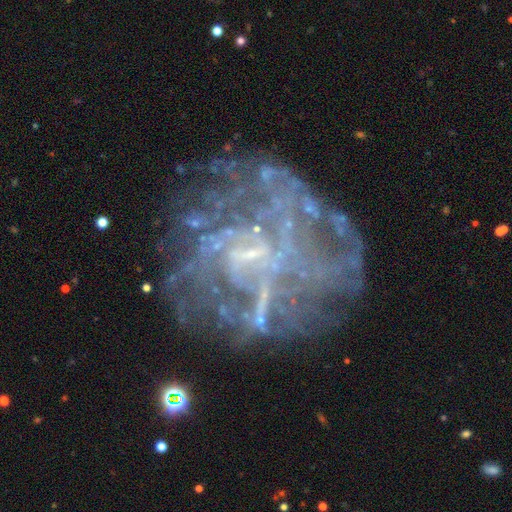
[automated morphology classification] The model was most divided on "spiral arms": no: 51%, yes: 49%. Remaining: edge-on disk — no (98%); smooth or featured — featured or disk (75%); merging — none (56%); bar — no (55%); bulge size — none (47%).